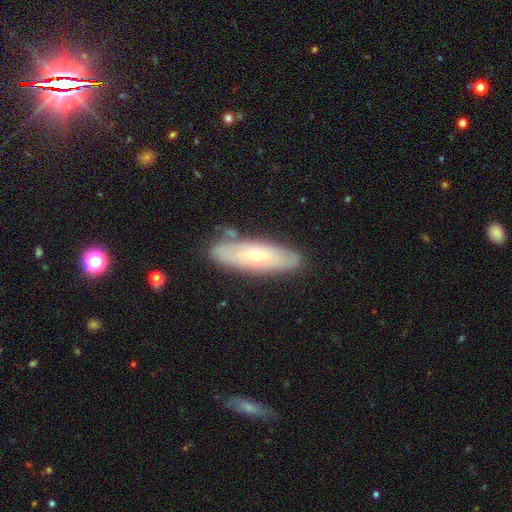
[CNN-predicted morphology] Smooth or featured?
  - featured or disk: 48% *
  - smooth: 45%
  - star or artifact: 7%
Merging?
  - none: 80% *
  - minor disturbance: 14%
  - merger: 3%
  - major disturbance: 3%